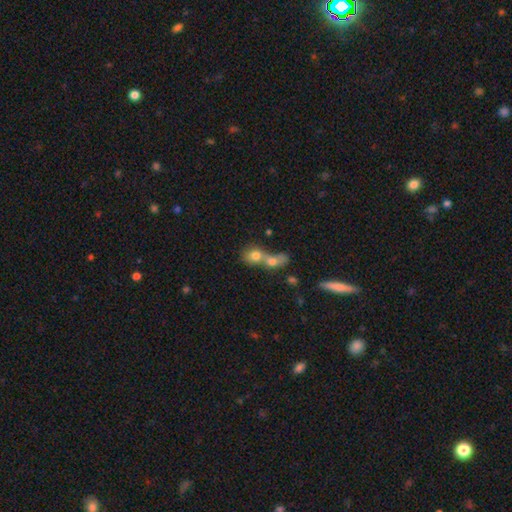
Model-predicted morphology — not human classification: smooth-or-featured: smooth: 73% | featured or disk: 18% | star or artifact: 10%
  how-rounded: round: 56% | in between: 41% | cigar-shaped: 3%
  merging: merger: 78% | none: 14% | minor disturbance: 4% | major disturbance: 4%